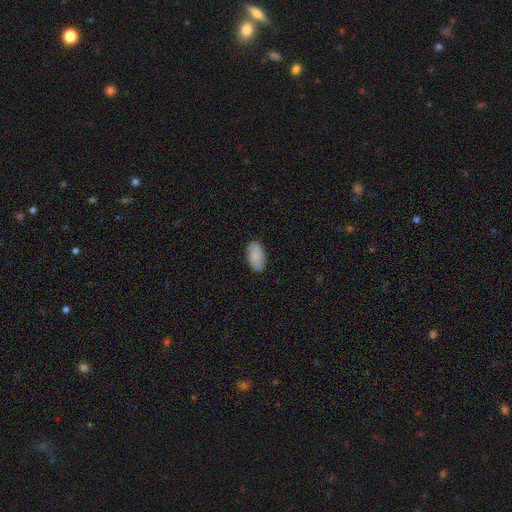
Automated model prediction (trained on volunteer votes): smooth-or-featured: smooth: 80% | featured or disk: 14% | star or artifact: 6%
  how-rounded: in between: 94% | round: 3% | cigar-shaped: 3%
  merging: none: 85% | minor disturbance: 12% | major disturbance: 2% | merger: 1%